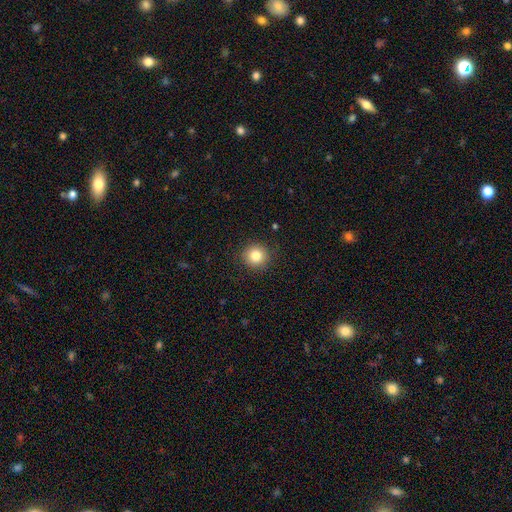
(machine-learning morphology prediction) The model was most divided on "smooth or featured": smooth: 82%, star or artifact: 11%, featured or disk: 7%. More confident: how rounded — round (93%); merging — none (90%).